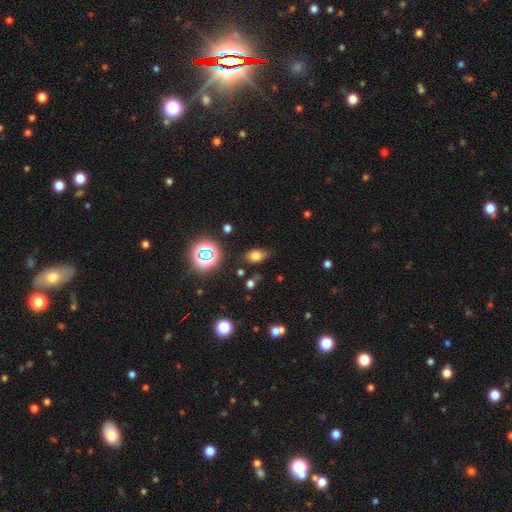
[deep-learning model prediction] A smooth galaxy with no disk features (71%) that is in between round and cigar-shaped (81%). Merging: none (75%).